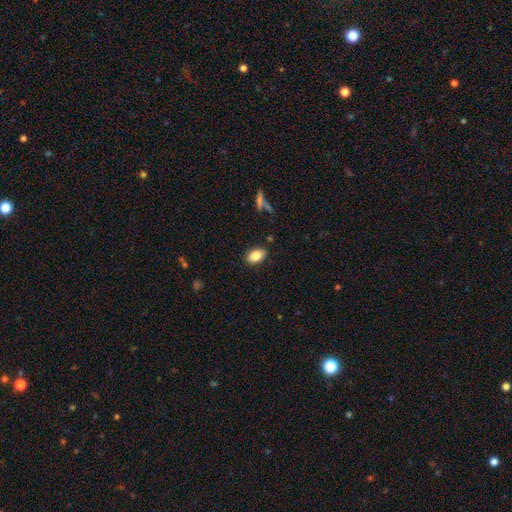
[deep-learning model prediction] Smooth or featured? Predicted: smooth (p=0.84). How rounded? Predicted: in between (p=0.90). Merging? Predicted: none (p=0.86).